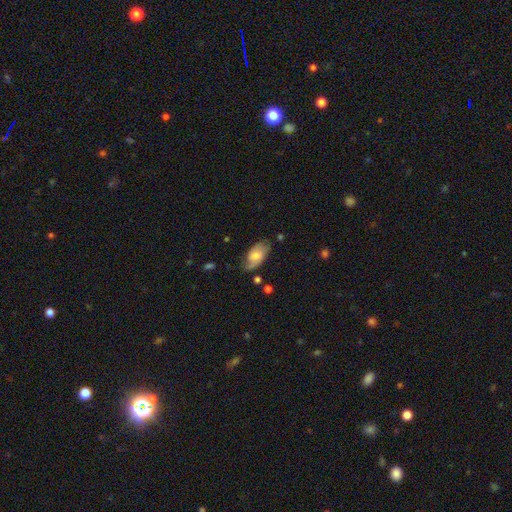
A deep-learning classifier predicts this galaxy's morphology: smooth 53%, featured or disk 39%, star or artifact 7%. Down the decision tree: how rounded — in between (92%); merging — none (59%).